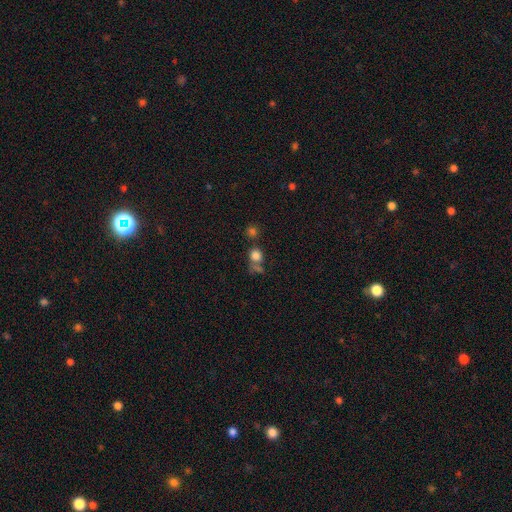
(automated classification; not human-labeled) A smooth galaxy with no disk features (76%) that is round (81%).

Vote fractions:
- Smooth or featured? smooth: 76% / star or artifact: 16% / featured or disk: 7%
- How rounded? round: 81% / in between: 18% / cigar-shaped: 1%
- Merging? none: 52% / merger: 27% / minor disturbance: 12% / major disturbance: 9%